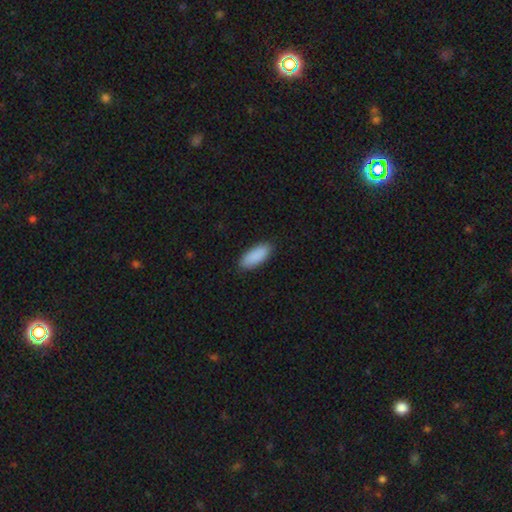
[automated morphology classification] smooth 90%, star or artifact 6%, featured or disk 4%. Down the decision tree: how rounded — in between (83%); merging — none (87%).